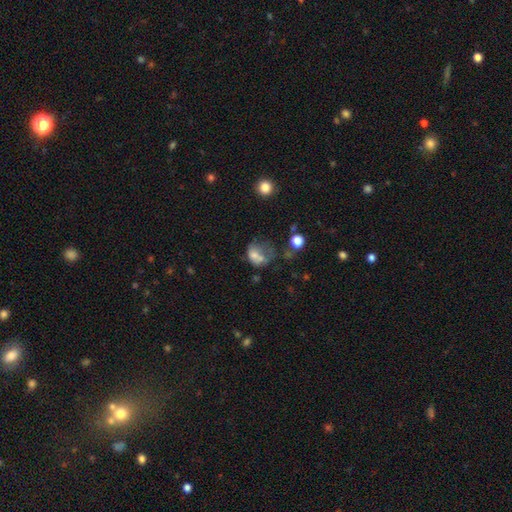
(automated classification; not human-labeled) A smooth galaxy with no disk features (60%) that is in between round and cigar-shaped (63%). Merging: major disturbance (39%).